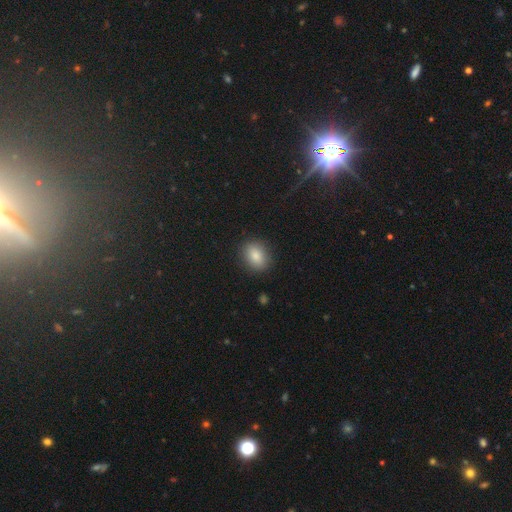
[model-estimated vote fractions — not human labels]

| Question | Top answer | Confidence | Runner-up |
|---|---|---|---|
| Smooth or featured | smooth | 85% | star or artifact (8%) |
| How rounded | in between | 56% | round (42%) |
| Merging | none | 87% | minor disturbance (9%) |